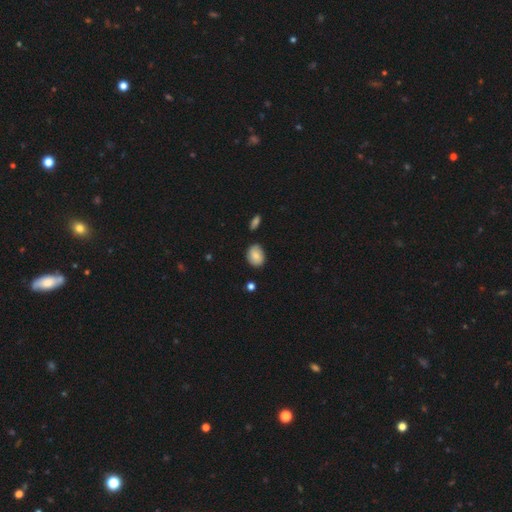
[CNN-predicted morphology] smooth 78%, featured or disk 14%, star or artifact 8%. Down the decision tree: how rounded — in between (67%); merging — none (73%).